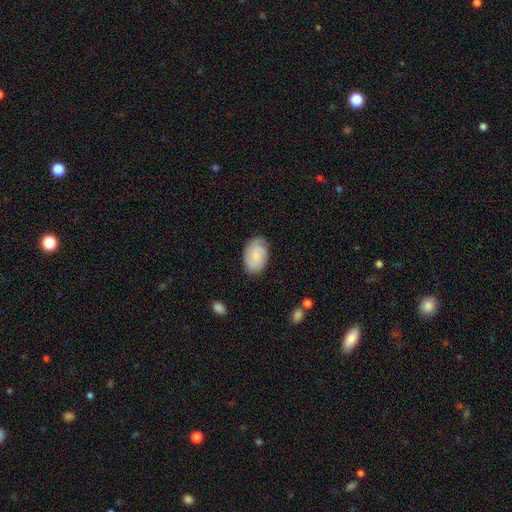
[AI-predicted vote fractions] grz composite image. It shows a smooth galaxy with no disk features (51%) that is in between round and cigar-shaped (89%). Merging: none (77%).